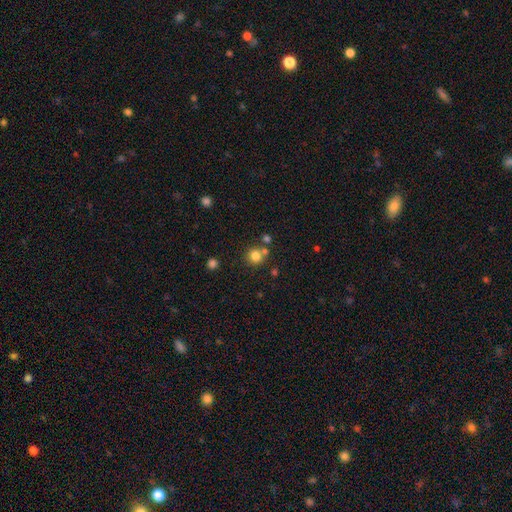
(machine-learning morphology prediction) Overall: smooth (80%). How rounded: round (90%). Merging: none (69%).